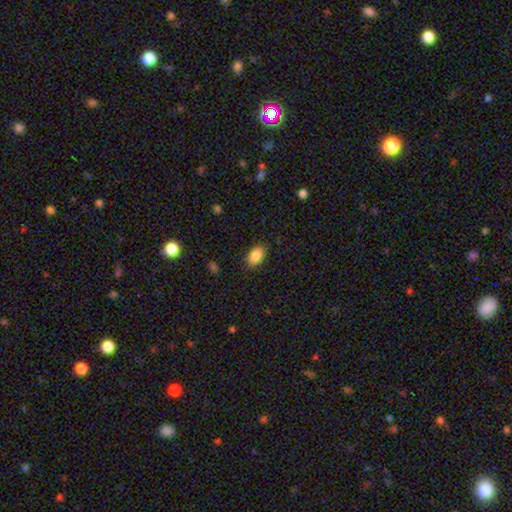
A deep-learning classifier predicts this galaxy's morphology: Smooth or featured? Predicted: smooth (p=0.88). How rounded? Predicted: in between (p=0.90). Merging? Predicted: none (p=0.86).